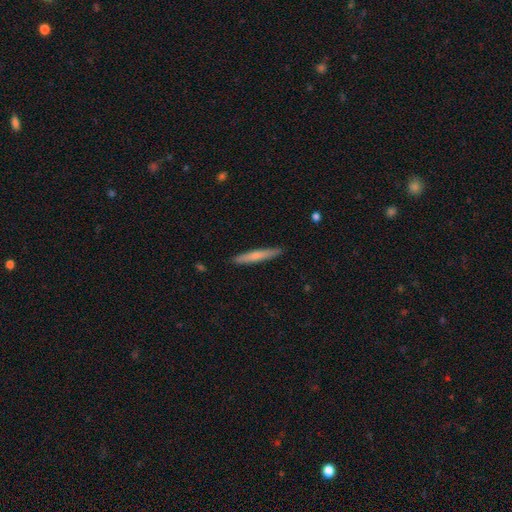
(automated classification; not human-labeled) Smooth or featured? Predicted: smooth (p=0.64). How rounded? Predicted: cigar-shaped (p=0.95). Merging? Predicted: none (p=0.91).